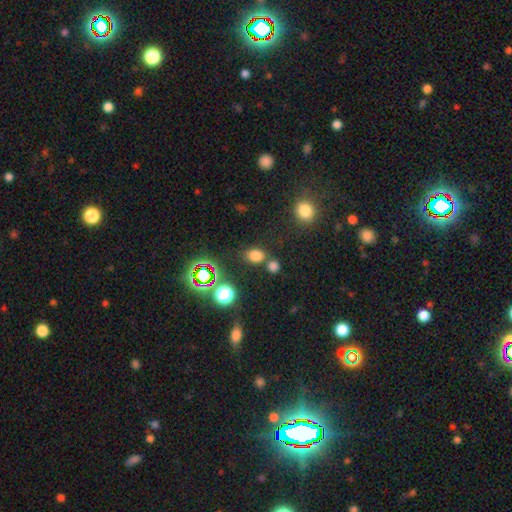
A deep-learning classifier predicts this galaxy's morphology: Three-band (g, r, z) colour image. It shows a smooth galaxy with no disk features (72%) that is in between round and cigar-shaped (61%). Merging: none (68%).